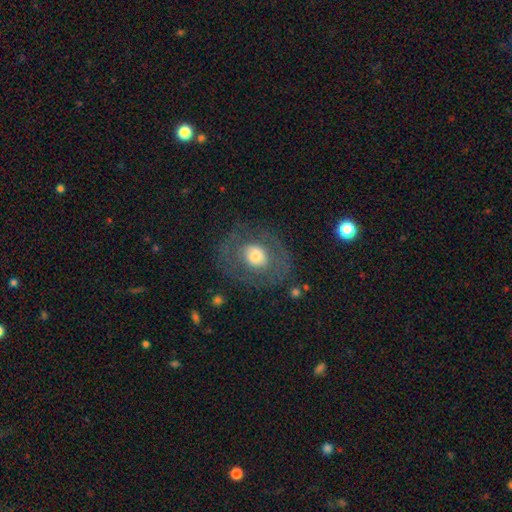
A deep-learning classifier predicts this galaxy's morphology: smooth-or-featured: smooth: 50% | featured or disk: 41% | star or artifact: 8%
  how-rounded: round: 55% | in between: 44% | cigar-shaped: 1%
  merging: none: 71% | minor disturbance: 15% | major disturbance: 12% | merger: 2%